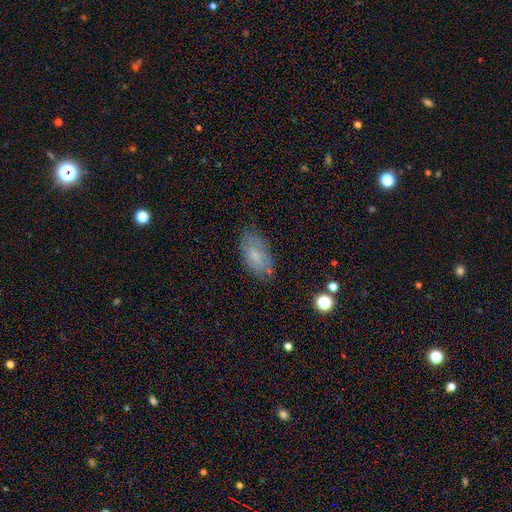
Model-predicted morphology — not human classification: Overall: smooth (56%; featured or disk 35%). How rounded: in between (90%). Merging: none (69%).